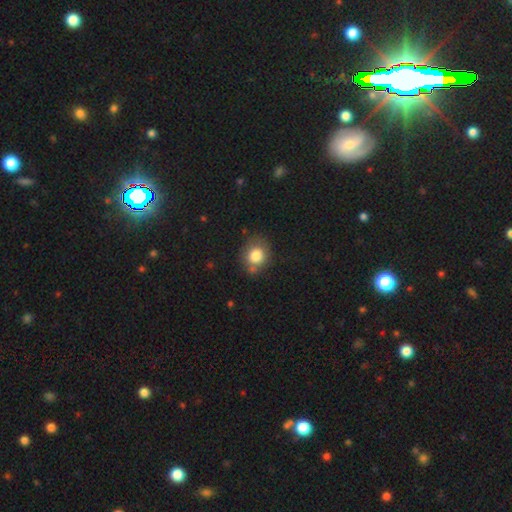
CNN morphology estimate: Q: Smooth or featured?
A: smooth (82%); runner-up: star or artifact (10%)
Q: How rounded?
A: round (73%); runner-up: in between (26%)
Q: Merging?
A: none (68%); runner-up: minor disturbance (19%)